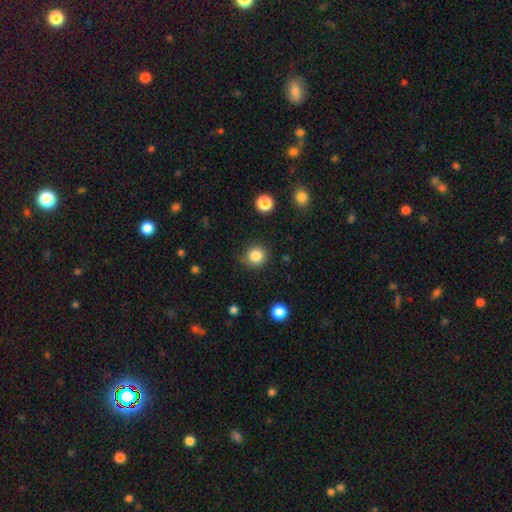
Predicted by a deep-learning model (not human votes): A smooth galaxy with no disk features (84%) that is round (90%). Merging: none (83%).